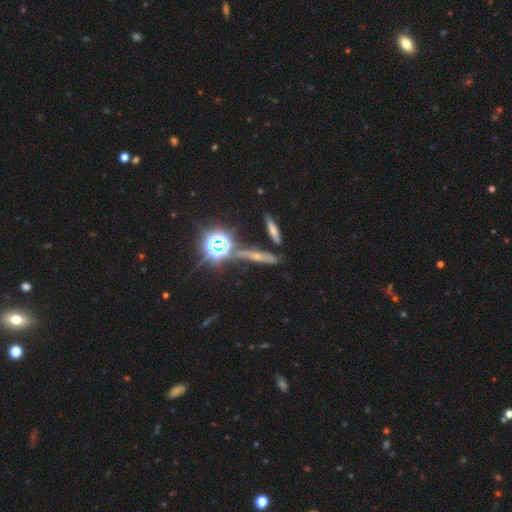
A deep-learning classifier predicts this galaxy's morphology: A star or artifact, not a galaxy (39%).